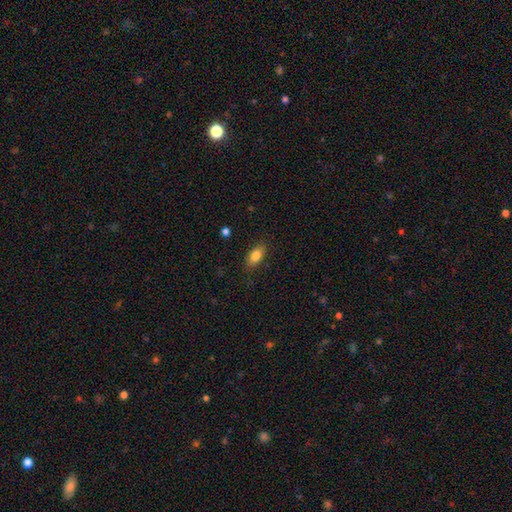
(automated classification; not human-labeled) Smooth or featured? Predicted: smooth (p=0.82). How rounded? Predicted: in between (p=0.87). Merging? Predicted: none (p=0.84).